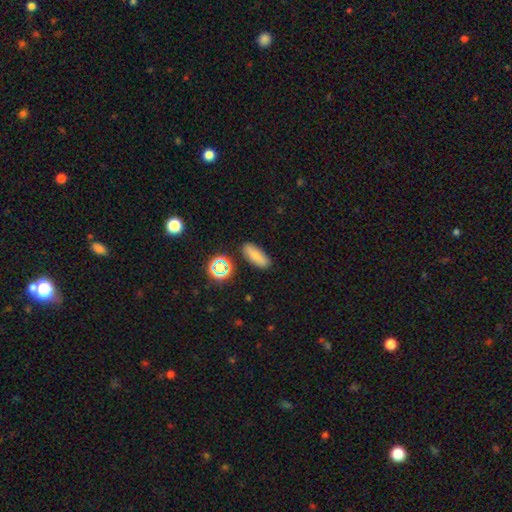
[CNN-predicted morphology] Overall: smooth (75%). How rounded: in between (71%). Merging: none (83%).